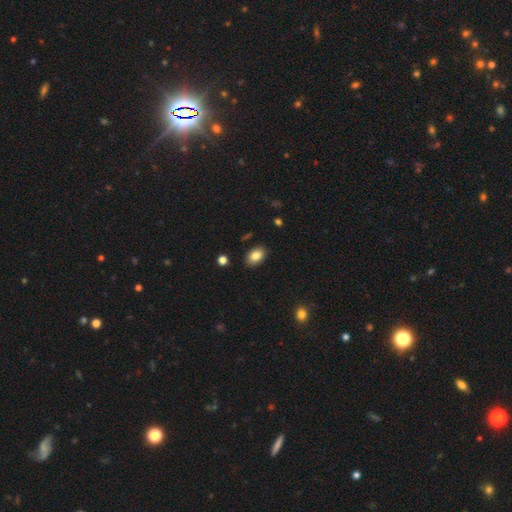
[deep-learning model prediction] Smooth or featured? smooth (84%)
How rounded? in between (86%)
Merging? none (87%)